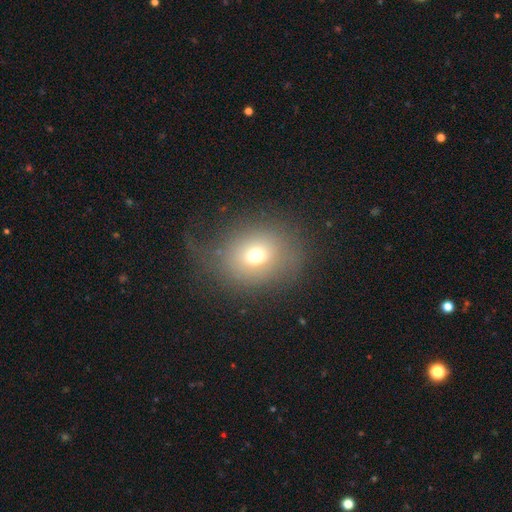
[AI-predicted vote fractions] Morphology: type=smooth (67%); roundness=round (63%); merging=none (56%).